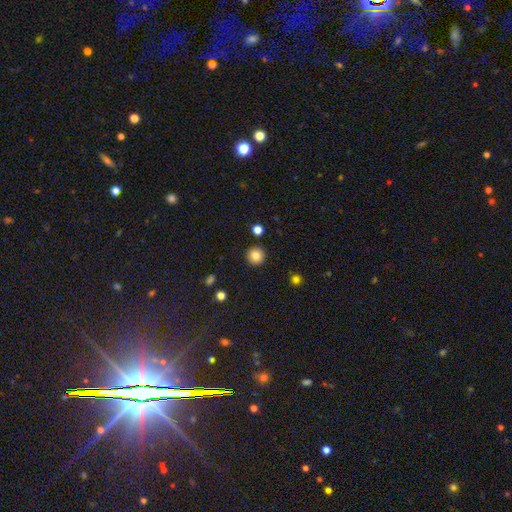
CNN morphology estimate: Smooth or featured? smooth (83%)
How rounded? round (96%)
Merging? none (92%)